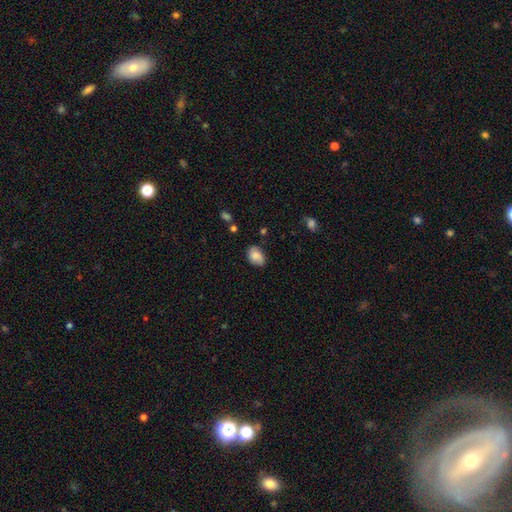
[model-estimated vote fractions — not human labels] The model was most divided on "merging": none: 68%, minor disturbance: 25%, major disturbance: 5%, merger: 2%. More confident: how rounded — in between (80%); smooth or featured — smooth (76%).